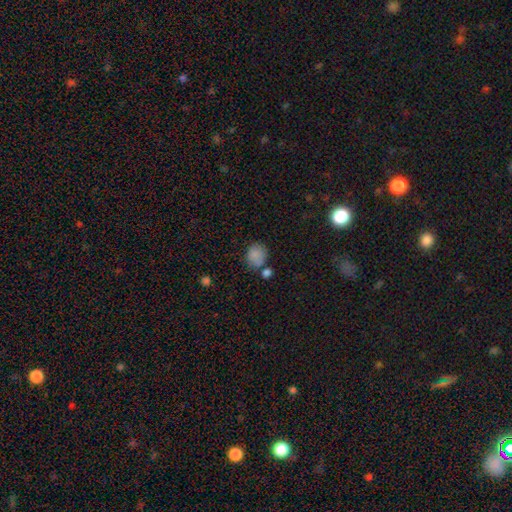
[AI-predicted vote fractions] Smooth or featured? smooth (84%)
How rounded? round (66%)
Merging? none (62%)